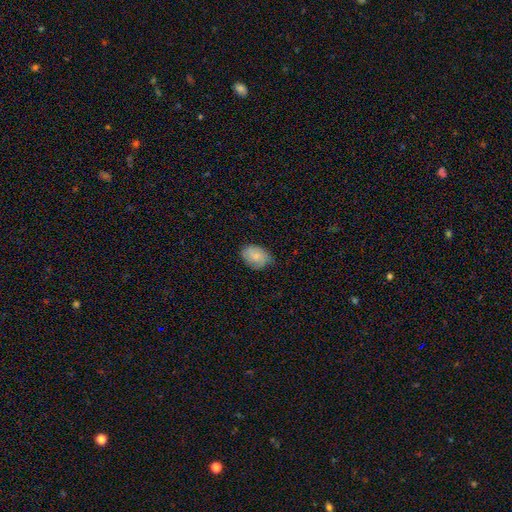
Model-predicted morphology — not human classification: A smooth galaxy with no disk features (79%) that is in between round and cigar-shaped (78%).

Vote fractions:
- Smooth or featured? smooth: 79% / featured or disk: 15% / star or artifact: 7%
- How rounded? in between: 78% / round: 21% / cigar-shaped: 1%
- Merging? none: 65% / minor disturbance: 29% / major disturbance: 5% / merger: 1%